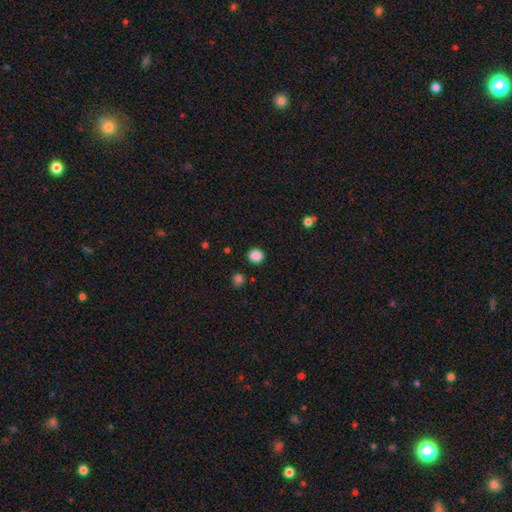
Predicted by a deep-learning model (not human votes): Smooth or featured? Predicted: smooth (p=0.87). How rounded? Predicted: round (p=0.87). Merging? Predicted: none (p=0.90).